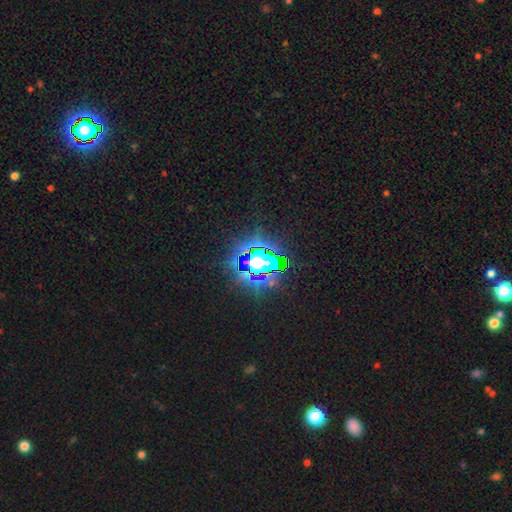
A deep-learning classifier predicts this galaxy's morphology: This is likely a star or artifact rather than a galaxy (71%).